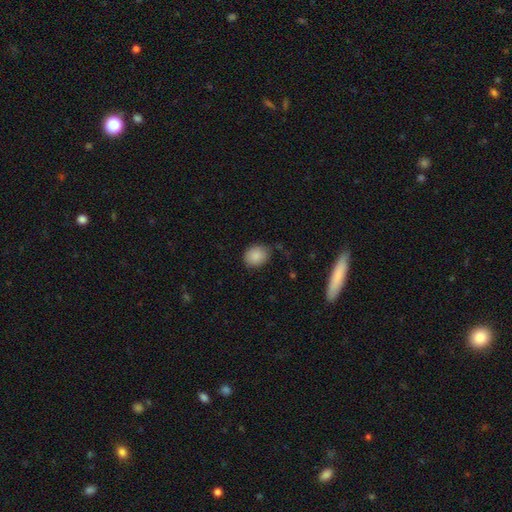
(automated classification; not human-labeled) This is clearly a smooth galaxy (87%). How rounded: likely round (64%). Merging: likely none (76%).